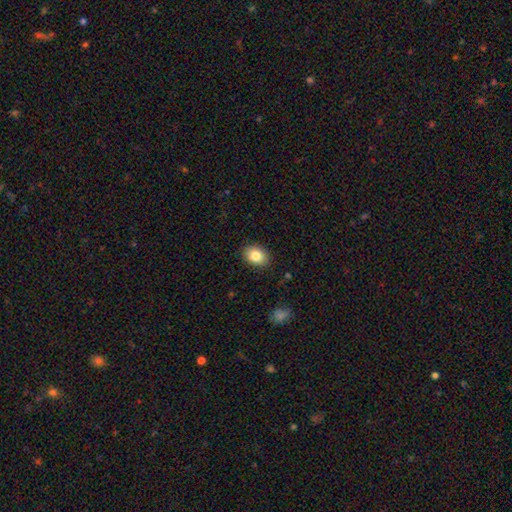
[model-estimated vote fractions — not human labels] Smooth or featured?
  - smooth: 83% *
  - star or artifact: 8%
  - featured or disk: 8%
How rounded?
  - in between: 69% *
  - round: 30%
  - cigar-shaped: 1%
Merging?
  - none: 88% *
  - minor disturbance: 9%
  - major disturbance: 2%
  - merger: 1%